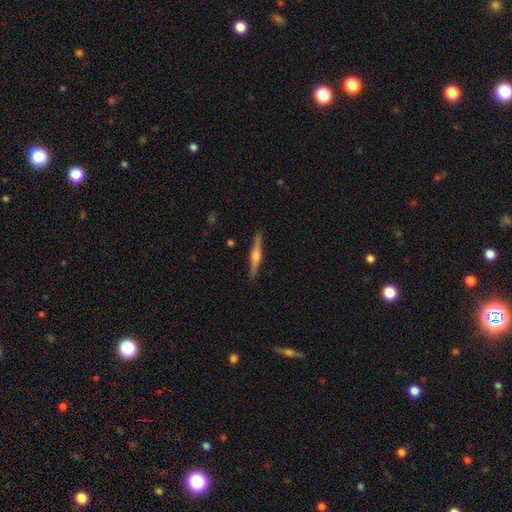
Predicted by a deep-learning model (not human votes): A featured or disk galaxy (77%) viewed edge-on (98%) with a rounded central bulge (87%). Merging: none (91%).